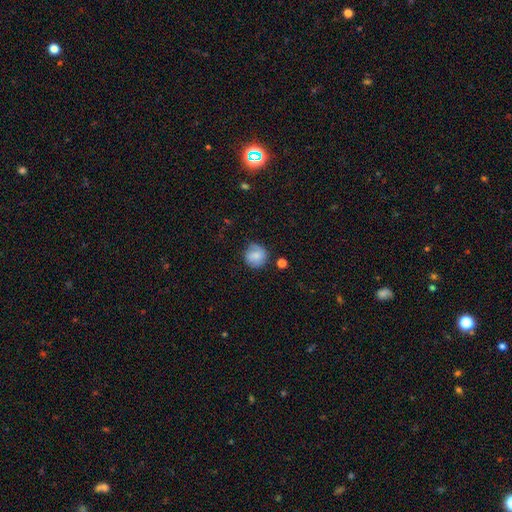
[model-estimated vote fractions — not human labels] Smooth or featured?
  - smooth: 75% *
  - featured or disk: 16%
  - star or artifact: 8%
How rounded?
  - round: 89% *
  - in between: 10%
  - cigar-shaped: 1%
Merging?
  - none: 67% *
  - minor disturbance: 23%
  - major disturbance: 6%
  - merger: 3%